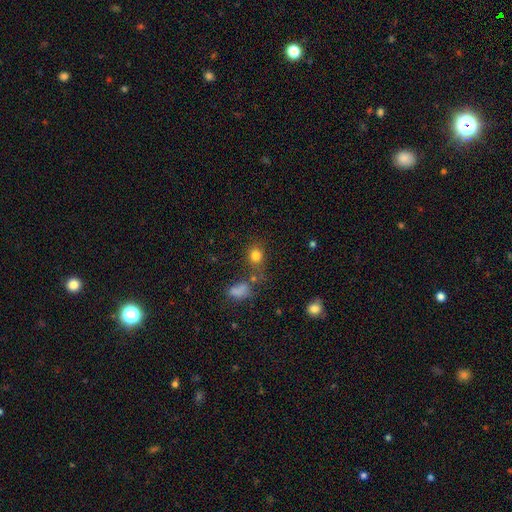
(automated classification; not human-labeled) A smooth galaxy with no disk features (78%) that is round (73%).

Vote fractions:
- Smooth or featured? smooth: 78% / star or artifact: 15% / featured or disk: 8%
- How rounded? round: 73% / in between: 26% / cigar-shaped: 1%
- Merging? none: 64% / merger: 16% / minor disturbance: 13% / major disturbance: 8%